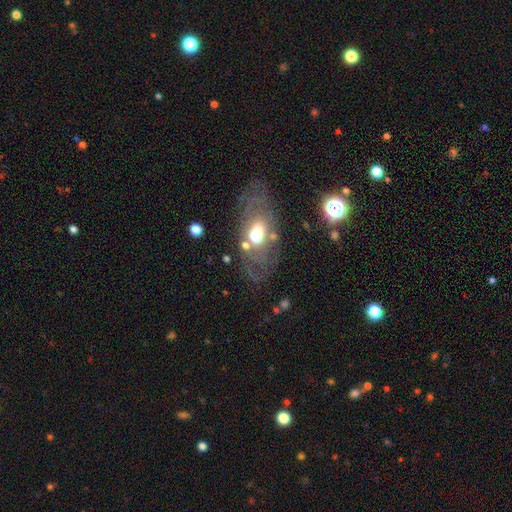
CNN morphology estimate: The model was most divided on "spiral arms" (2-way tie): yes: 50%, no: 50%. More confident: edge-on disk — no (83%); merging — none (76%); bar — no (69%); bulge size — moderate (68%); smooth or featured — featured or disk (65%).